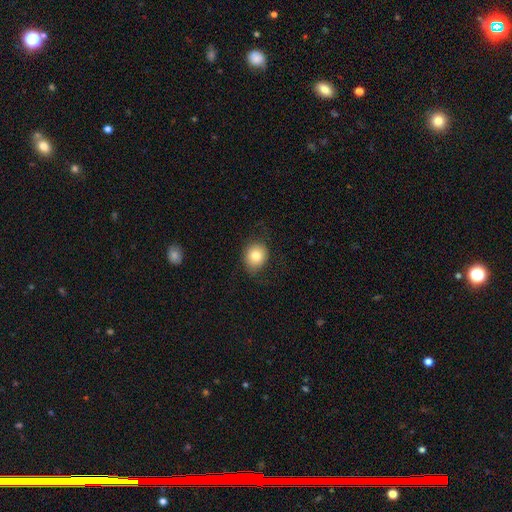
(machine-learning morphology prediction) This is likely a smooth galaxy (80%). How rounded: likely round (73%). Merging: likely none (76%).